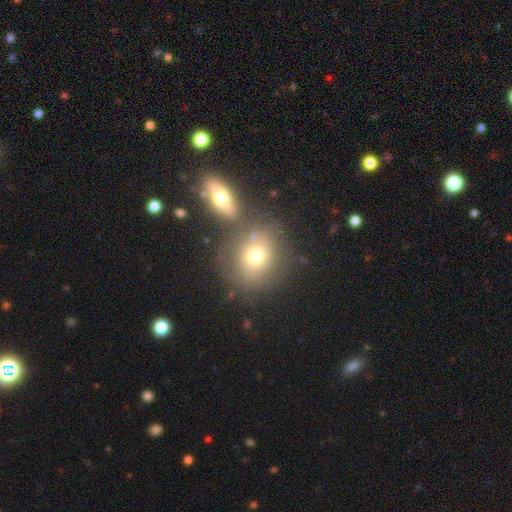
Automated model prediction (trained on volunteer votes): Morphology: type=smooth (70%); roundness=round (71%); merging=none (58%).